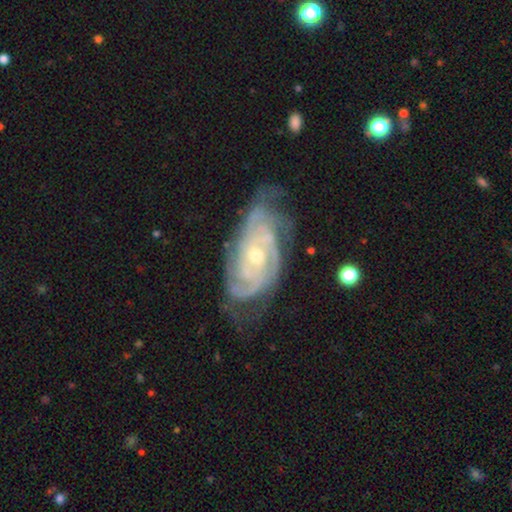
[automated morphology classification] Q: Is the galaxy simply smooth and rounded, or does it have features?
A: featured or disk — 90%.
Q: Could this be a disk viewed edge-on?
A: no — 96%.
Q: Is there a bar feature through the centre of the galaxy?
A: no — 66%.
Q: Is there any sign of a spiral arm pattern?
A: yes — 97%.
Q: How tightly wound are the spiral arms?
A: tight — 69%.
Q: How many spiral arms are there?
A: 3 — 28%.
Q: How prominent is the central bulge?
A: moderate — 48%, tied with small.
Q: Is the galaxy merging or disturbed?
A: none — 65%.